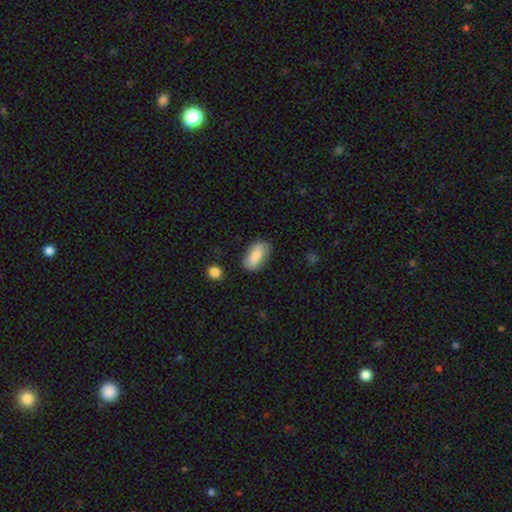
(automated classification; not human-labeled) smooth-or-featured: smooth: 79% | featured or disk: 15% | star or artifact: 6%
  how-rounded: in between: 91% | cigar-shaped: 5% | round: 4%
  merging: none: 81% | minor disturbance: 14% | major disturbance: 3% | merger: 2%